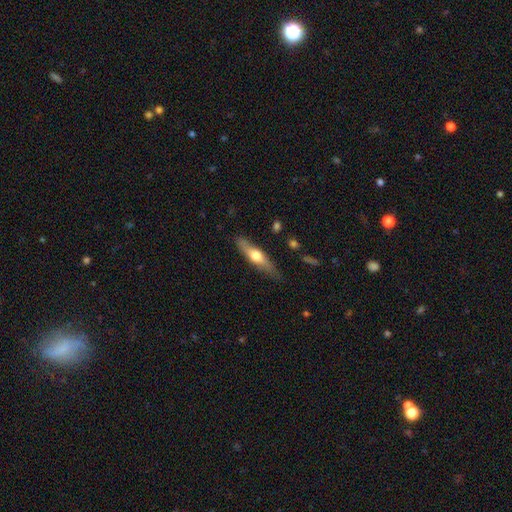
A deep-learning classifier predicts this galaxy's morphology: A featured or disk galaxy (49%). Merging: none (76%).